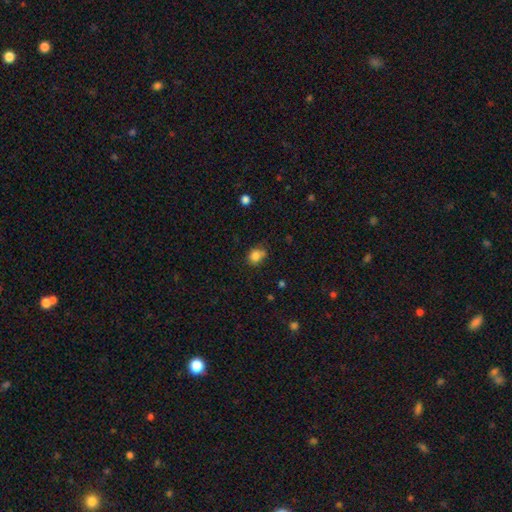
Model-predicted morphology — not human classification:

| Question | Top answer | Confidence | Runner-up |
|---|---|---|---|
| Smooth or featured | smooth | 82% | star or artifact (11%) |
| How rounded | round | 61% | in between (38%) |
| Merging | none | 55% | minor disturbance (29%) |